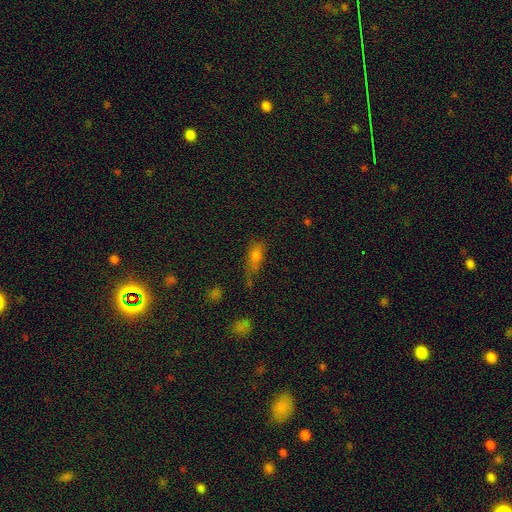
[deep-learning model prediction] smooth 69%, star or artifact 18%, featured or disk 13%. Down the decision tree: how rounded — in between (73%); merging — none (44%).